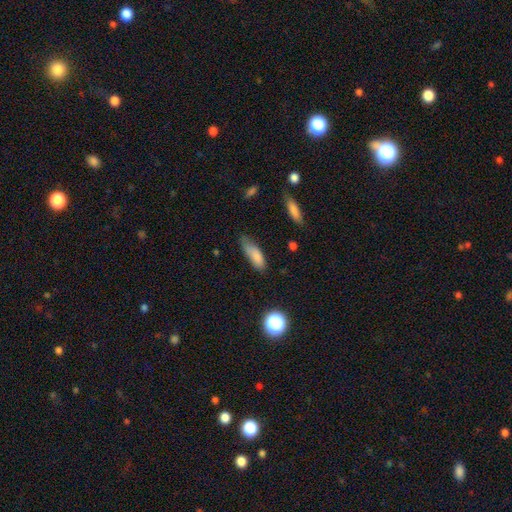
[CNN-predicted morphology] type=smooth (82%); roundness=in between (64%); merging=none (49%).